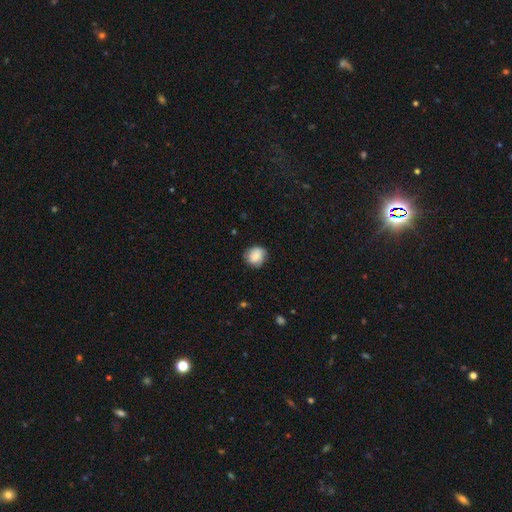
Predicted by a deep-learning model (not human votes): Smooth or featured?
  - smooth: 78% *
  - featured or disk: 14%
  - star or artifact: 8%
How rounded?
  - round: 79% *
  - in between: 20%
  - cigar-shaped: 1%
Merging?
  - none: 74% *
  - minor disturbance: 20%
  - major disturbance: 5%
  - merger: 1%